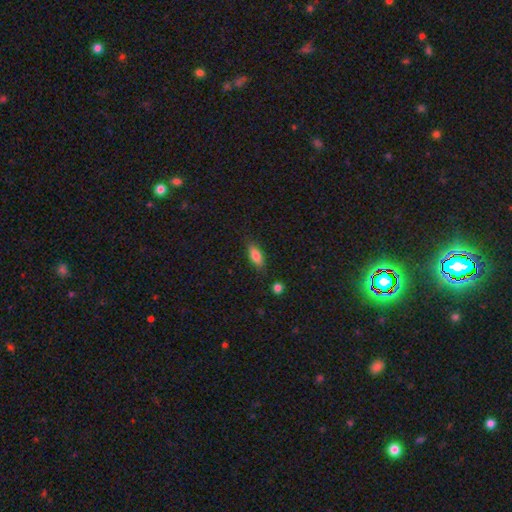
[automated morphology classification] Smooth or featured: smooth — 80% (featured or disk — 13%)
How rounded: in between — 80% (cigar-shaped — 17%)
Merging: none — 80% (minor disturbance — 15%)